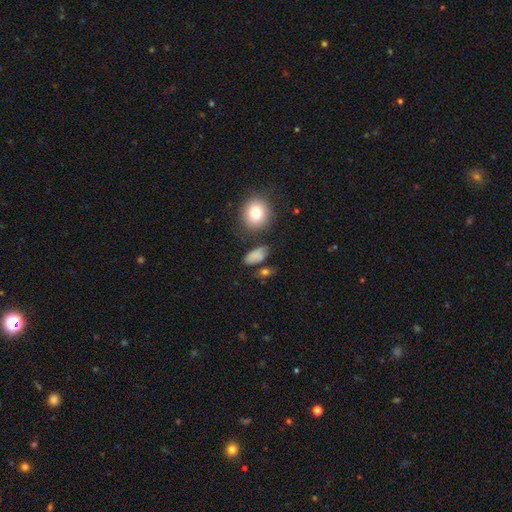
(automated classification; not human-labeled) Smooth or featured: smooth — 82% (star or artifact — 10%)
How rounded: in between — 84% (round — 10%)
Merging: none — 69% (minor disturbance — 18%)